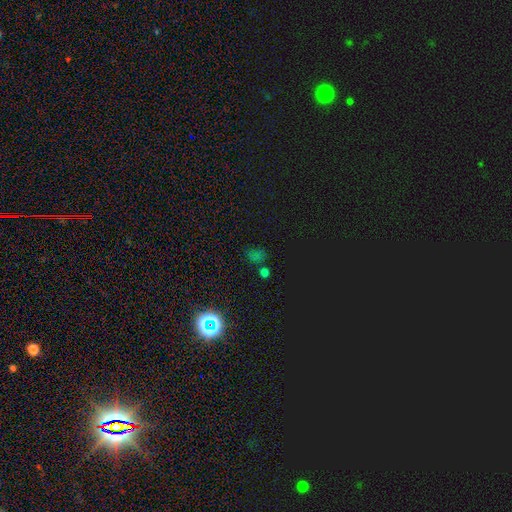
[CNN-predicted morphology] Smooth or featured? Predicted: star or artifact (p=0.57).